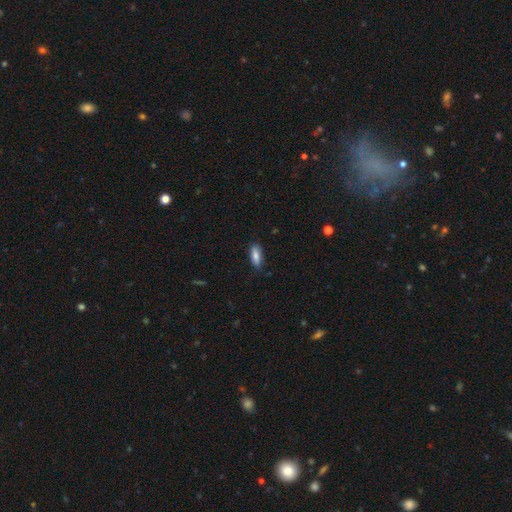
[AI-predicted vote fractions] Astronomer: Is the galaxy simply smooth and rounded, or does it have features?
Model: smooth — 81%.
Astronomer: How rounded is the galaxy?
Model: in between — 67%.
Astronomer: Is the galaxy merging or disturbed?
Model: none — 82%.